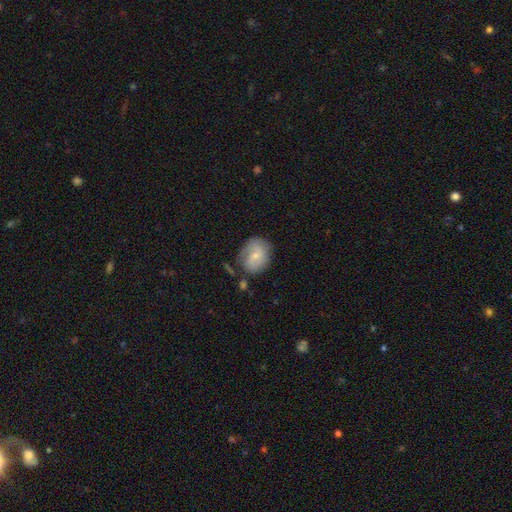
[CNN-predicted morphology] This appears to be a smooth galaxy with no disk features (52%) that is round (59%). Merging: none (58%).